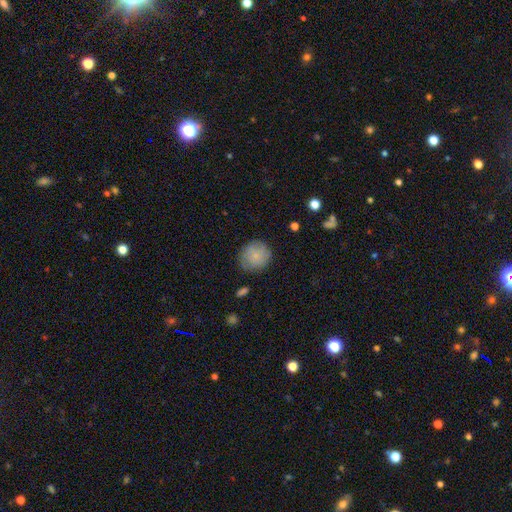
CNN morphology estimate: This is likely a smooth galaxy (73%). How rounded: clearly round (87%). Merging: likely none (80%).